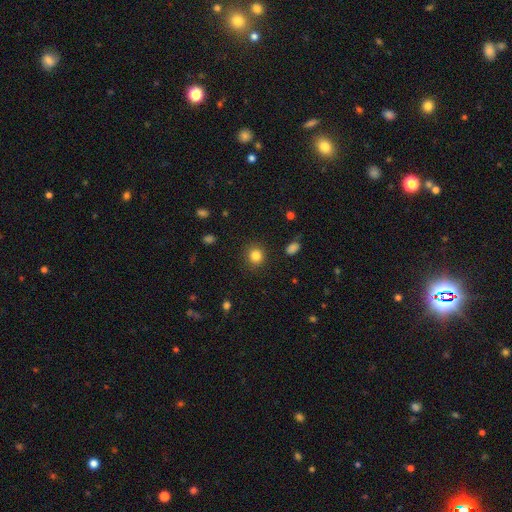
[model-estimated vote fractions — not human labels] smooth-or-featured: smooth: 84% | star or artifact: 11% | featured or disk: 5%
  how-rounded: round: 87% | in between: 12% | cigar-shaped: 1%
  merging: none: 89% | minor disturbance: 7% | major disturbance: 3% | merger: 1%